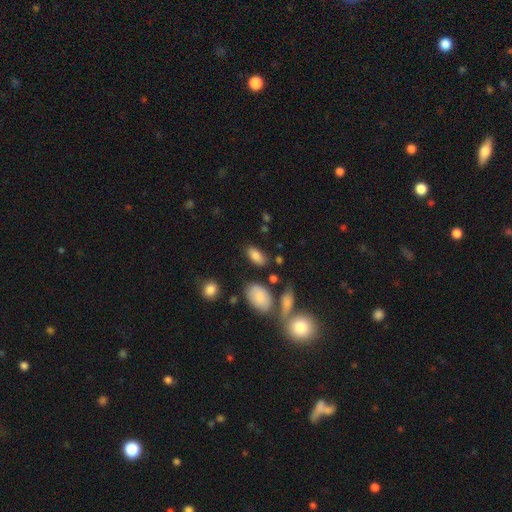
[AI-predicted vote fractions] smooth-or-featured: smooth: 83% | featured or disk: 9% | star or artifact: 8%
  how-rounded: in between: 92% | cigar-shaped: 5% | round: 4%
  merging: none: 78% | minor disturbance: 13% | merger: 5% | major disturbance: 4%